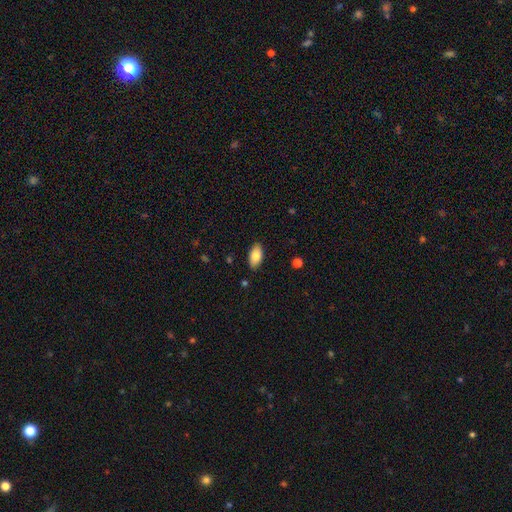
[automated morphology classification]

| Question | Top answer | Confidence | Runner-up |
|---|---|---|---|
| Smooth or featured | smooth | 85% | featured or disk (8%) |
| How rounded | in between | 93% | cigar-shaped (4%) |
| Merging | none | 87% | minor disturbance (10%) |